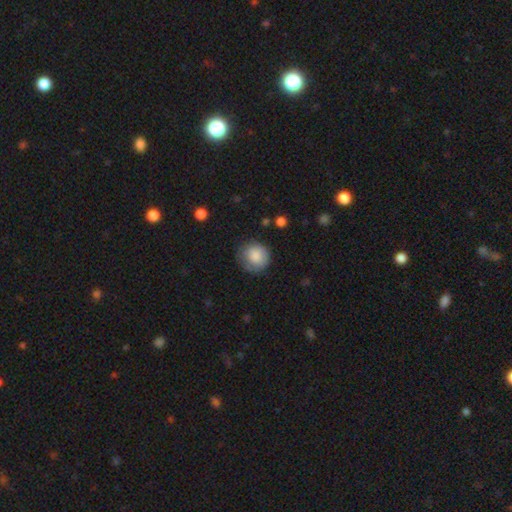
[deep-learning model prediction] Smooth or featured: smooth — 84% (featured or disk — 9%)
How rounded: round — 89% (in between — 10%)
Merging: none — 72% (minor disturbance — 20%)